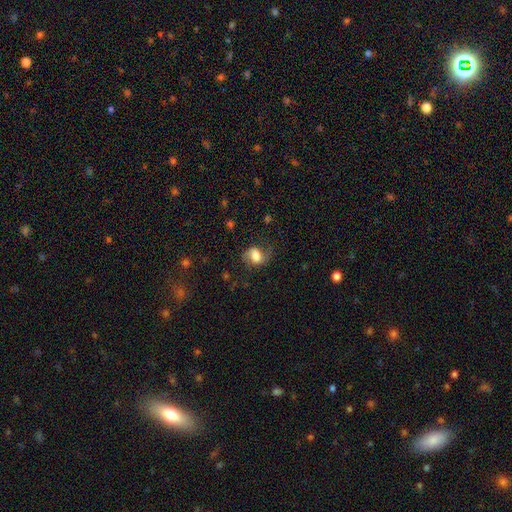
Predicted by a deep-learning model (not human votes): Smooth or featured? Predicted: smooth (p=0.49). Merging? Predicted: none (p=0.58).